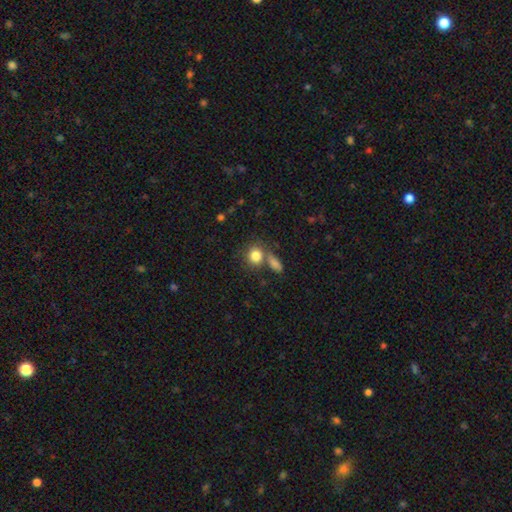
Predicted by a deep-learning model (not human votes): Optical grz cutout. It shows a smooth galaxy with no disk features (83%) that is round (73%). Merging: none (57%).